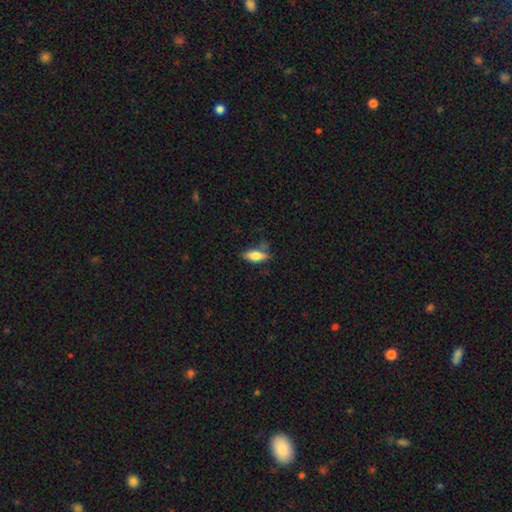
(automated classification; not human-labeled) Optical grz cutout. It shows a smooth galaxy with no disk features (71%) that is in between round and cigar-shaped (76%). Merging: none (63%).